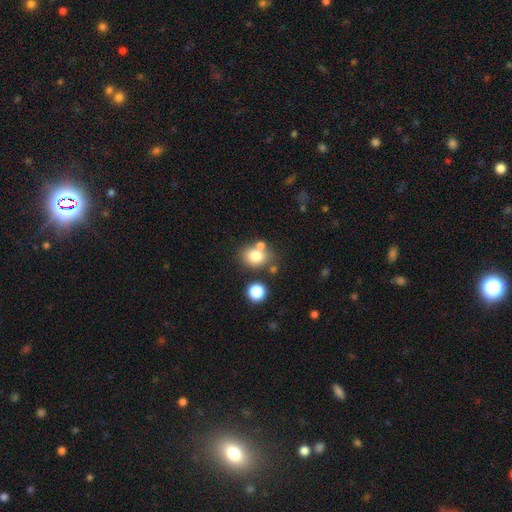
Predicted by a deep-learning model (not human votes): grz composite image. It shows a smooth galaxy with no disk features (77%) that is round (58%). Merging: none (62%).